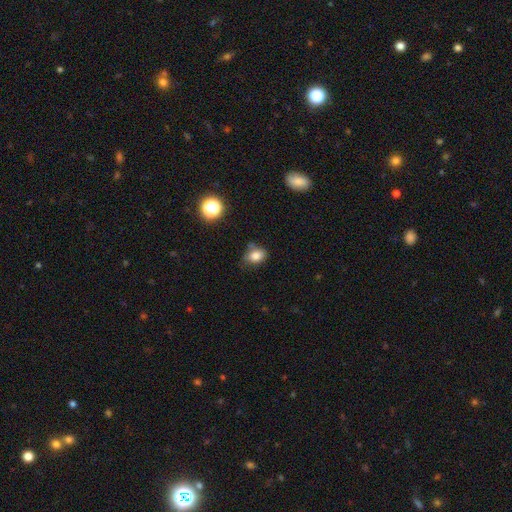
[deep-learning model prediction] Smooth or featured: smooth — 81% (star or artifact — 12%)
How rounded: in between — 70% (round — 28%)
Merging: none — 62% (minor disturbance — 25%)